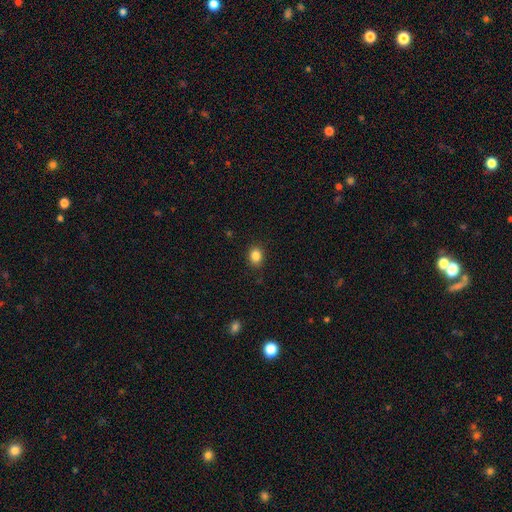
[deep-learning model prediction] Smooth or featured? Predicted: smooth (p=0.85). How rounded? Predicted: round (p=0.56). Merging? Predicted: none (p=0.88).